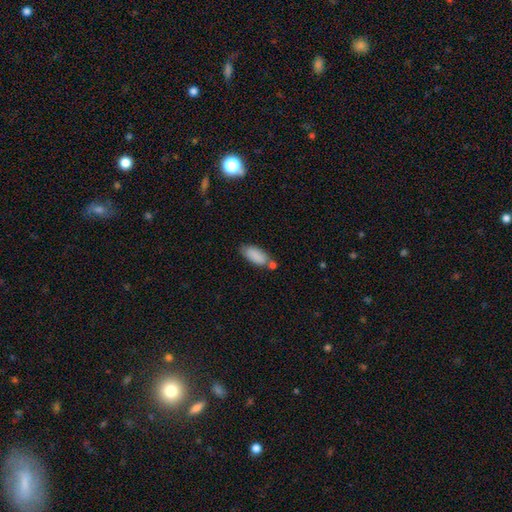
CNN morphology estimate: Smooth or featured: smooth — 87% (star or artifact — 7%)
How rounded: in between — 87% (cigar-shaped — 11%)
Merging: none — 55% (merger — 22%)